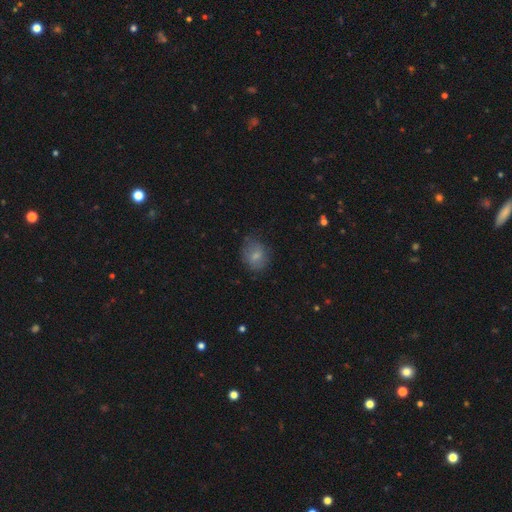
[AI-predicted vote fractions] smooth 74%, featured or disk 17%, star or artifact 9%. Down the decision tree: how rounded — round (59%); merging — none (68%).